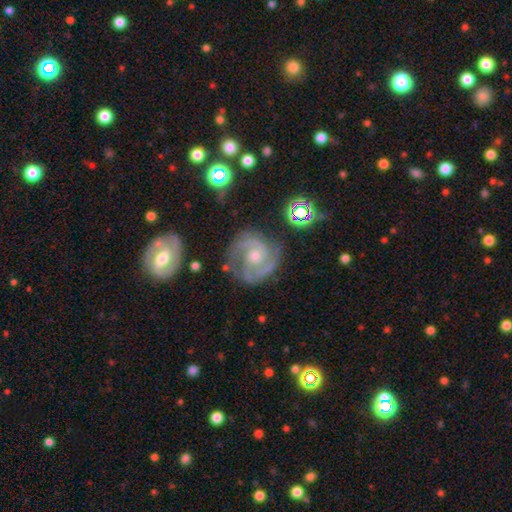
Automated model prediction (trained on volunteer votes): Smooth or featured? Predicted: featured or disk (p=0.88). Edge-on disk? Predicted: no (p=0.98). Bar? Predicted: no (p=0.62). Spiral arms? Predicted: yes (p=0.98). Spiral winding? Predicted: tight (p=0.50). Spiral arm count? Predicted: 2 (p=0.73). Bulge size? Predicted: moderate (p=0.49). Merging? Predicted: none (p=0.71).